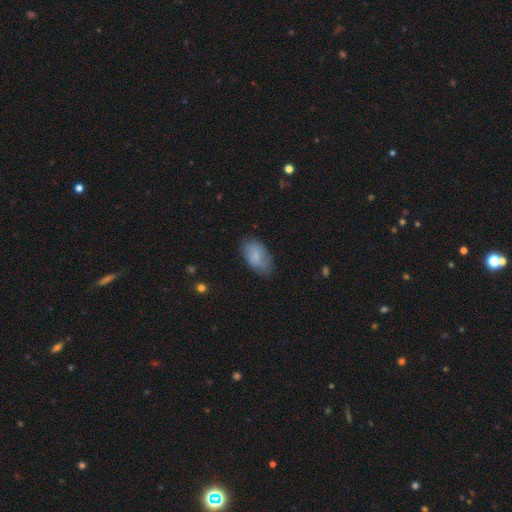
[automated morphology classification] The model was most divided on "merging": none: 71%, minor disturbance: 22%, major disturbance: 6%, merger: 1%. More confident: how rounded — in between (94%); smooth or featured — smooth (76%).